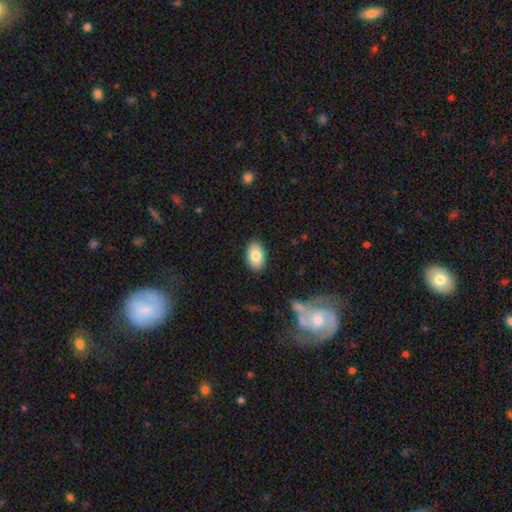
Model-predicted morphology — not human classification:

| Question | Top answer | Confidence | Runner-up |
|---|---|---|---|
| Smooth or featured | smooth | 82% | featured or disk (11%) |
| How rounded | in between | 92% | round (6%) |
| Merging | none | 88% | minor disturbance (9%) |